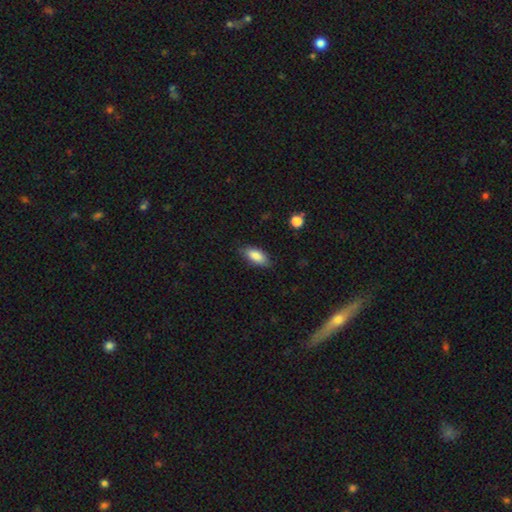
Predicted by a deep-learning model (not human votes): A smooth galaxy with no disk features (85%) that is in between round and cigar-shaped (86%). Merging: none (80%).